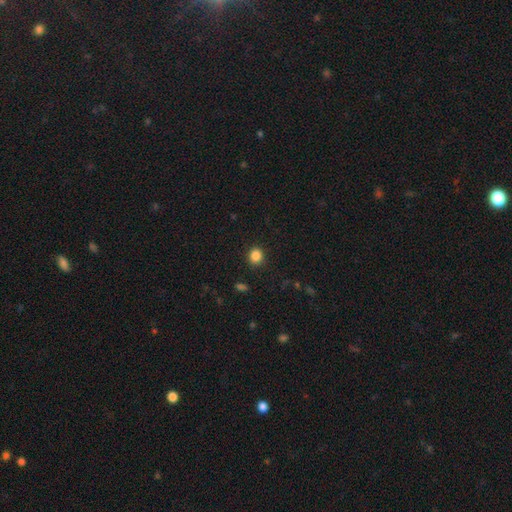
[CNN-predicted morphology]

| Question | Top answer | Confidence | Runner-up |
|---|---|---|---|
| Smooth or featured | smooth | 85% | star or artifact (11%) |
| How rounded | round | 82% | in between (17%) |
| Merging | none | 90% | minor disturbance (6%) |